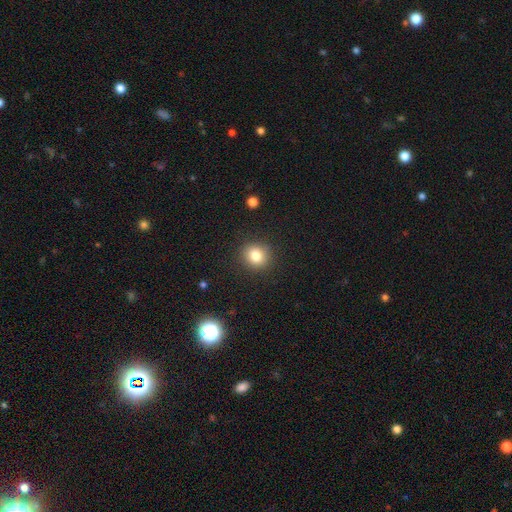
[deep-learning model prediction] A smooth galaxy with no disk features (81%) that is round (84%).

Vote fractions:
- Smooth or featured? smooth: 81% / star or artifact: 11% / featured or disk: 8%
- How rounded? round: 84% / in between: 15% / cigar-shaped: 1%
- Merging? none: 90% / minor disturbance: 7% / major disturbance: 2% / merger: 1%